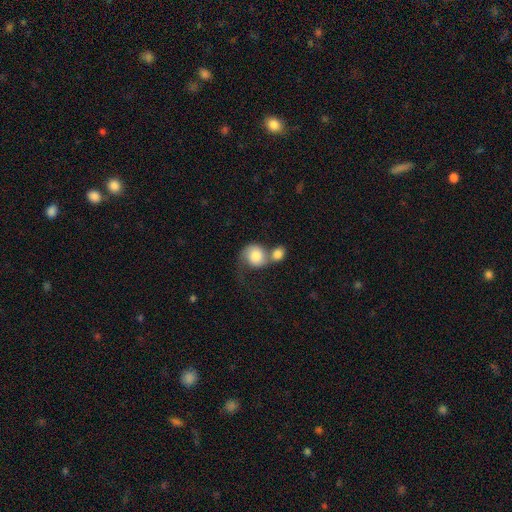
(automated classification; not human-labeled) smooth 68%, featured or disk 25%, star or artifact 7%. Down the decision tree: how rounded — round (77%); merging — merger (64%).